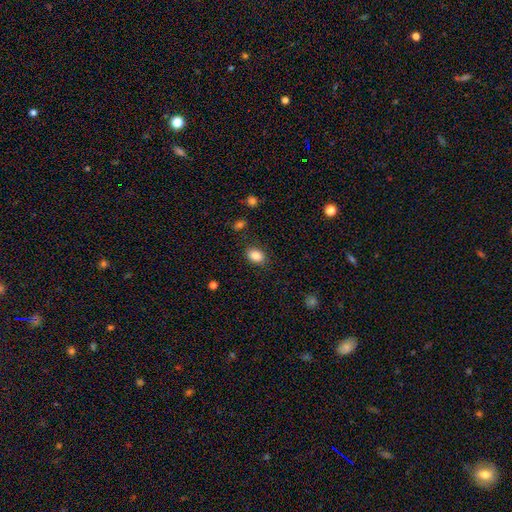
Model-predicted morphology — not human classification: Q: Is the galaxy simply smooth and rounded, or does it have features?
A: smooth — 86%.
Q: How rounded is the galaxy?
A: in between — 80%.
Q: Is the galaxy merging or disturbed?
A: none — 86%.